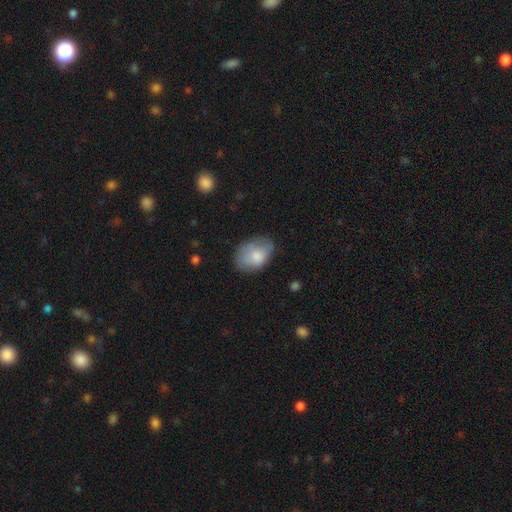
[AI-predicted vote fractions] smooth 76%, featured or disk 17%, star or artifact 7%. Down the decision tree: how rounded — in between (83%); merging — none (60%).